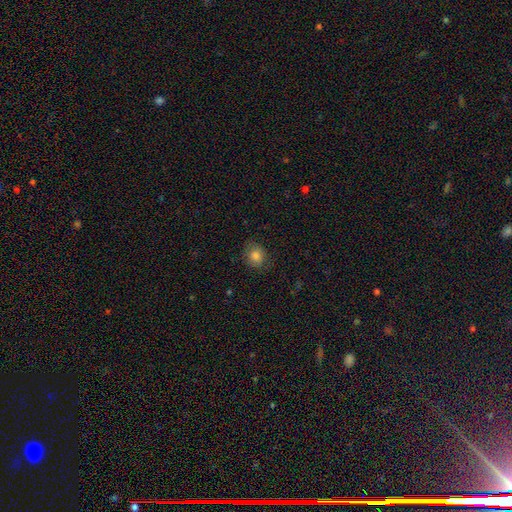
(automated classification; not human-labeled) Overall: smooth (82%). How rounded: round (72%). Merging: none (81%).